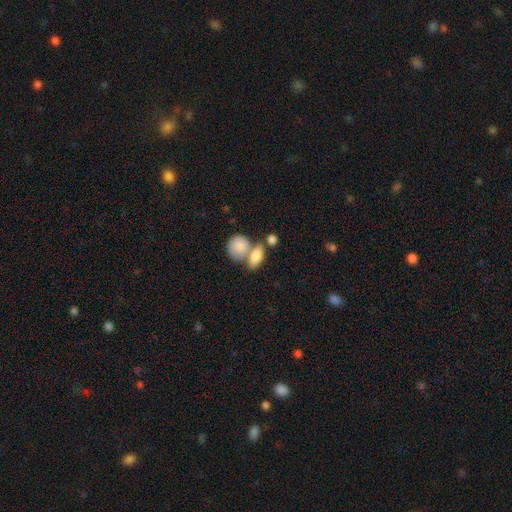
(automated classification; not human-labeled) smooth 81%, featured or disk 12%, star or artifact 7%. Down the decision tree: how rounded — in between (77%); merging — merger (47%).